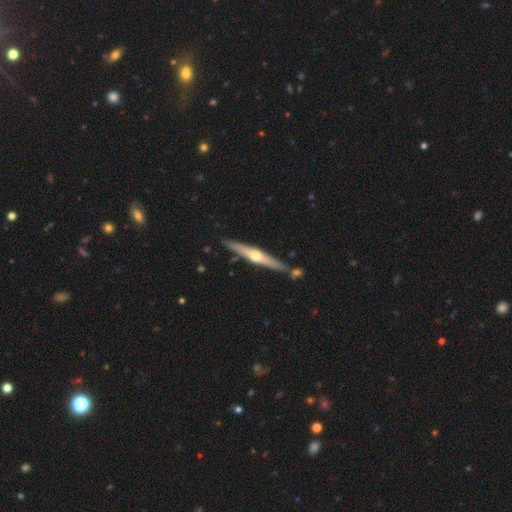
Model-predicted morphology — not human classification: A featured or disk galaxy (68%) viewed edge-on (96%) with a rounded central bulge (91%). Merging: none (83%).